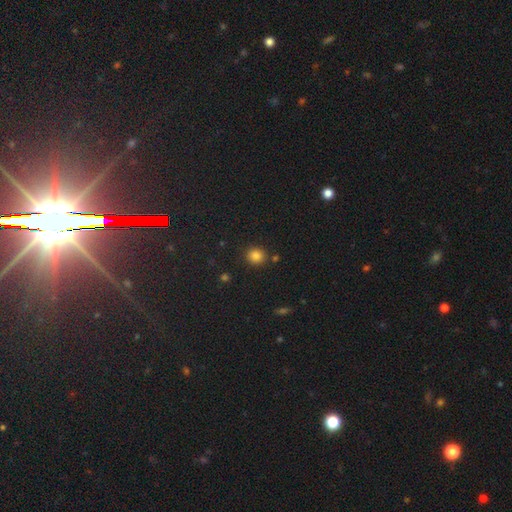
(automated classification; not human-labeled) The model was most divided on "smooth or featured": smooth: 83%, star or artifact: 13%, featured or disk: 4%. More confident: how rounded — round (87%); merging — none (85%).